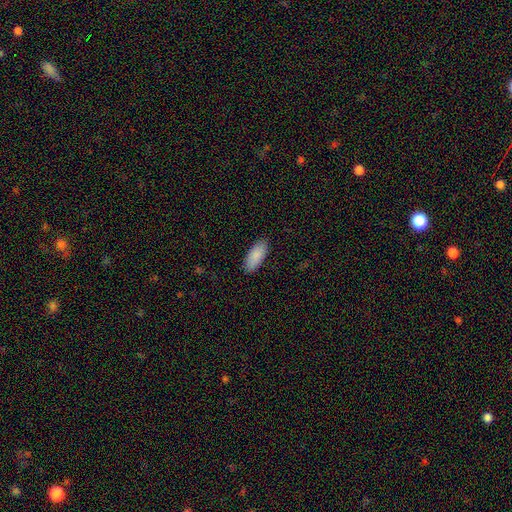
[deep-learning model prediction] Smooth or featured: smooth — 90% (star or artifact — 6%)
How rounded: in between — 85% (cigar-shaped — 13%)
Merging: none — 88% (minor disturbance — 9%)